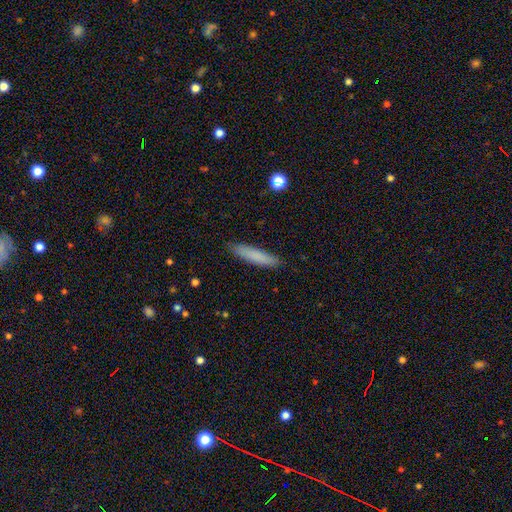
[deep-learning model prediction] smooth_or_featured: smooth (p=0.82) [alt: featured or disk p=0.12]
how_rounded: cigar-shaped (p=0.86) [alt: in between p=0.13]
merging: none (p=0.88) [alt: minor disturbance p=0.09]